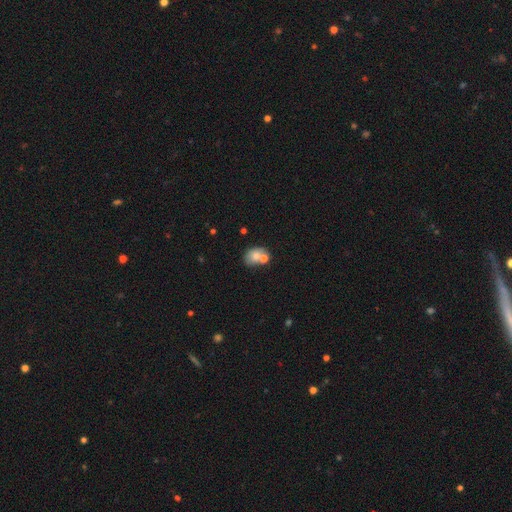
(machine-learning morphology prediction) Smooth or featured: smooth — 70% (featured or disk — 19%)
How rounded: in between — 66% (round — 33%)
Merging: none — 46% (merger — 32%)